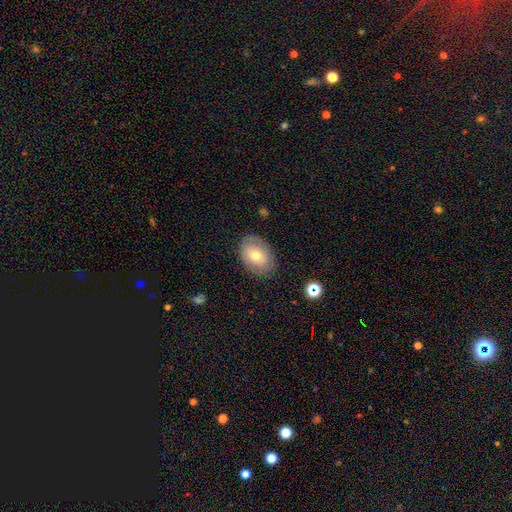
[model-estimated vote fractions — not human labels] Morphology: type=smooth (66%); roundness=in between (75%); merging=none (81%).